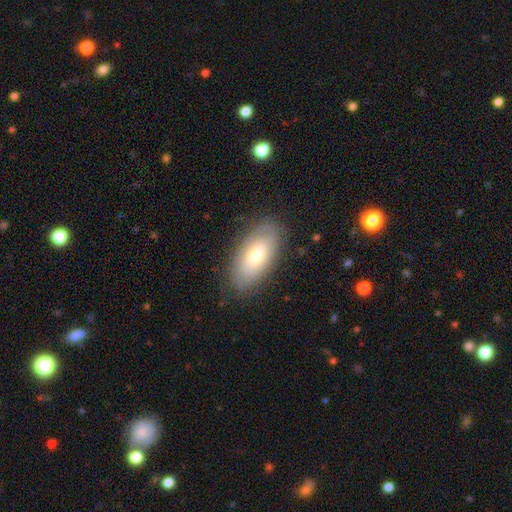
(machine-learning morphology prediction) smooth 62%, featured or disk 32%, star or artifact 7%. Down the decision tree: how rounded — in between (92%); merging — none (82%).